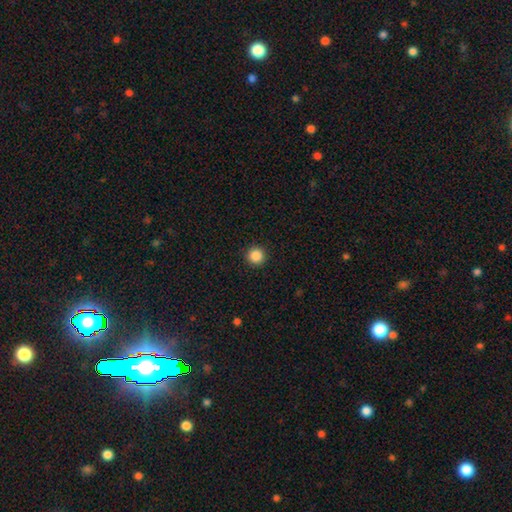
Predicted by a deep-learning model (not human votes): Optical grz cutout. It shows a smooth galaxy with no disk features (87%) that is round (96%). Merging: none (93%).